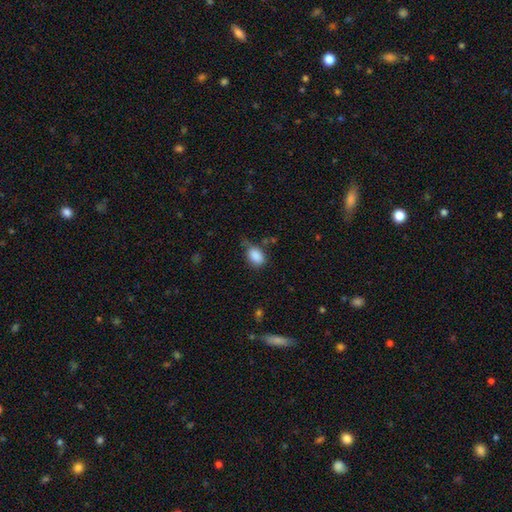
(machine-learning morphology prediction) This appears to be a smooth galaxy with no disk features (87%) that is in between round and cigar-shaped (83%). Merging: none (52%).